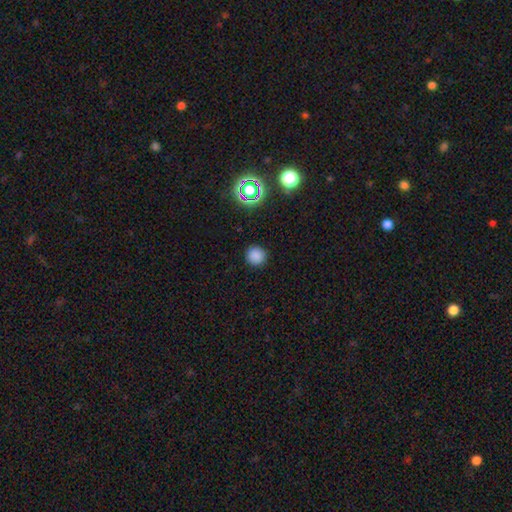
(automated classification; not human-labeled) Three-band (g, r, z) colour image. It shows a smooth galaxy with no disk features (80%) that is round (93%). Merging: none (90%).